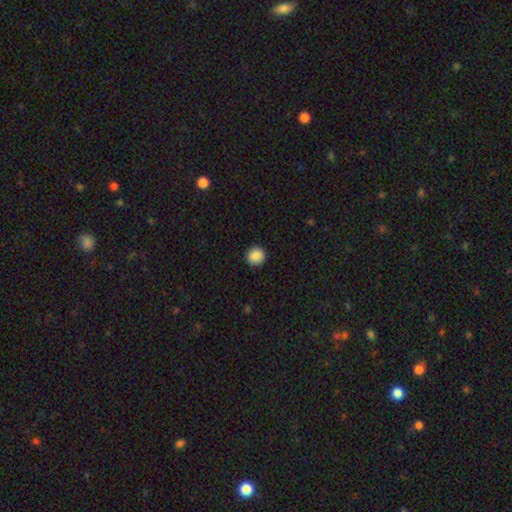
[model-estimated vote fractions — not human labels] A smooth galaxy with no disk features (88%) that is round (93%).

Vote fractions:
- Smooth or featured? smooth: 88% / star or artifact: 9% / featured or disk: 3%
- How rounded? round: 93% / in between: 6% / cigar-shaped: 1%
- Merging? none: 92% / minor disturbance: 6% / major disturbance: 2% / merger: 1%